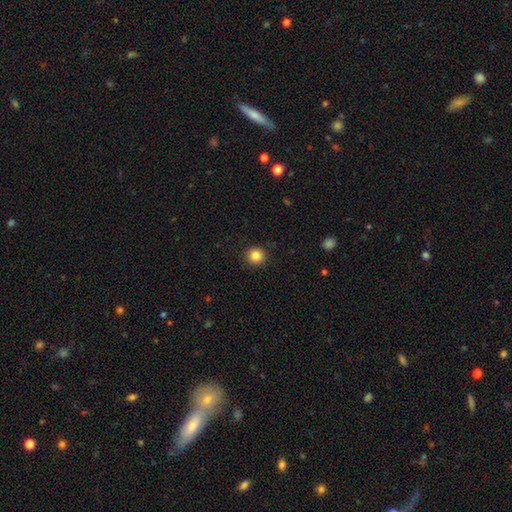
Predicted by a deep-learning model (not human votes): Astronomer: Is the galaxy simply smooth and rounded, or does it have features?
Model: smooth — 84%.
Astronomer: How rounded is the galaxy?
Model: round — 93%.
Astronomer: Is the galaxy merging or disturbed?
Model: none — 92%.